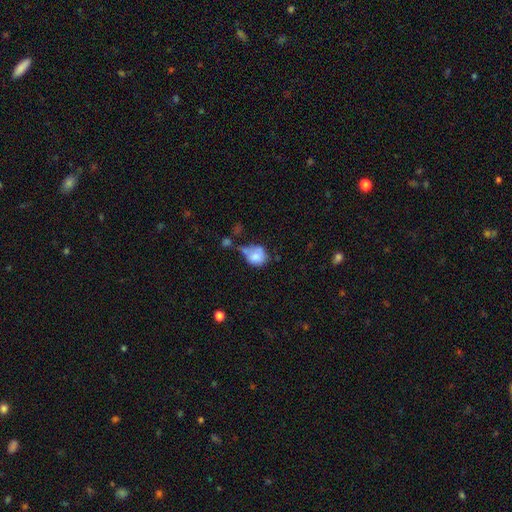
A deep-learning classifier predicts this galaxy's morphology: This appears to be a smooth galaxy with no disk features (78%) that is round (70%). Merging: none (30%).